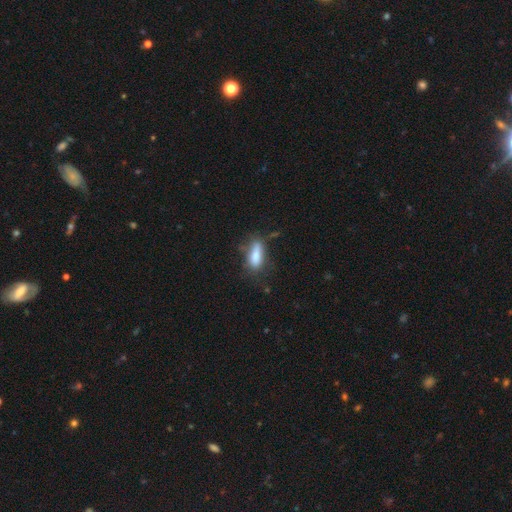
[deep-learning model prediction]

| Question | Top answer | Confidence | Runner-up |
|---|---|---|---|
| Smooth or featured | smooth | 78% | featured or disk (14%) |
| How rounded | in between | 67% | cigar-shaped (30%) |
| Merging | none | 55% | minor disturbance (28%) |